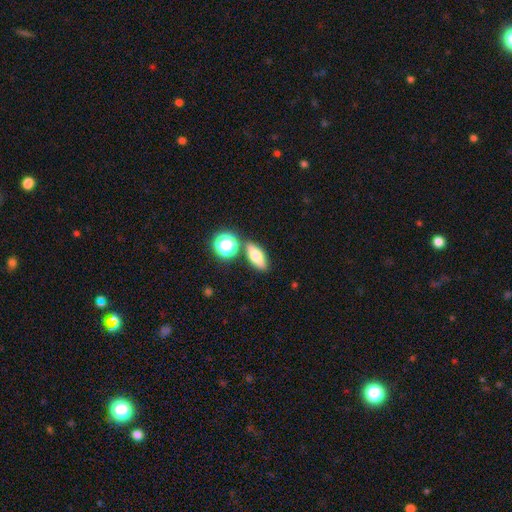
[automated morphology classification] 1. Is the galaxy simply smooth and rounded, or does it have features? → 69% smooth, 19% featured or disk, 12% star or artifact.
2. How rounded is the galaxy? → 66% in between, 18% cigar-shaped, 16% round.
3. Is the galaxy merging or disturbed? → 78% none, 10% minor disturbance, 9% merger, 3% major disturbance.